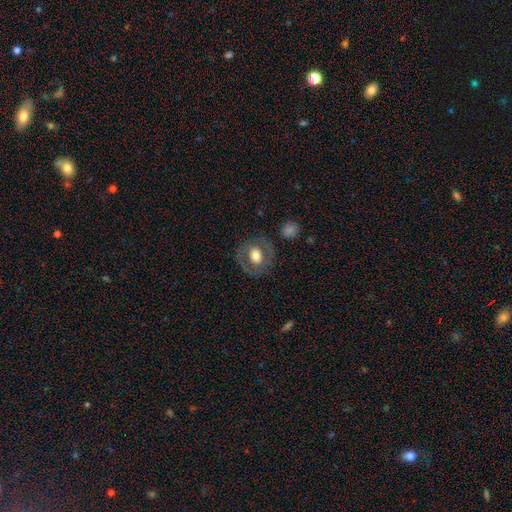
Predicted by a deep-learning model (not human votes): This is possibly a smooth galaxy (51%). How rounded: likely round (67%). Merging: likely none (79%).